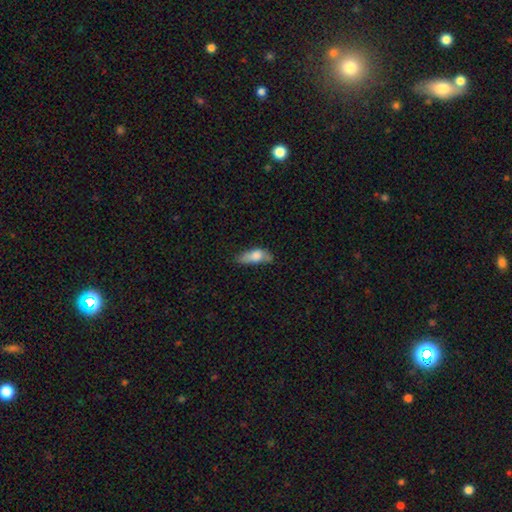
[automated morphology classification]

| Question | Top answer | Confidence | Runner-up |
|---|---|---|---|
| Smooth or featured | smooth | 71% | featured or disk (21%) |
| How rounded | in between | 74% | cigar-shaped (23%) |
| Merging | minor disturbance | 38% | none (36%) |